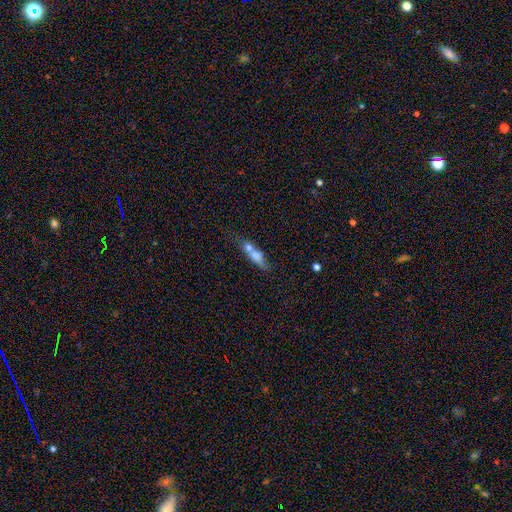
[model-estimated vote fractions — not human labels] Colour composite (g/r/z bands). It shows a smooth galaxy with no disk features (60%) that is cigar-shaped (49%). Merging: merger (52%).